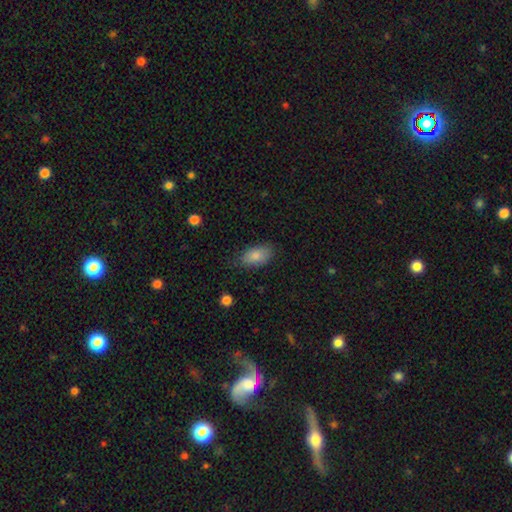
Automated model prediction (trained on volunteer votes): Smooth or featured?
  - smooth: 85% *
  - featured or disk: 8%
  - star or artifact: 7%
How rounded?
  - in between: 92% *
  - round: 5%
  - cigar-shaped: 3%
Merging?
  - none: 76% *
  - minor disturbance: 18%
  - major disturbance: 4%
  - merger: 1%